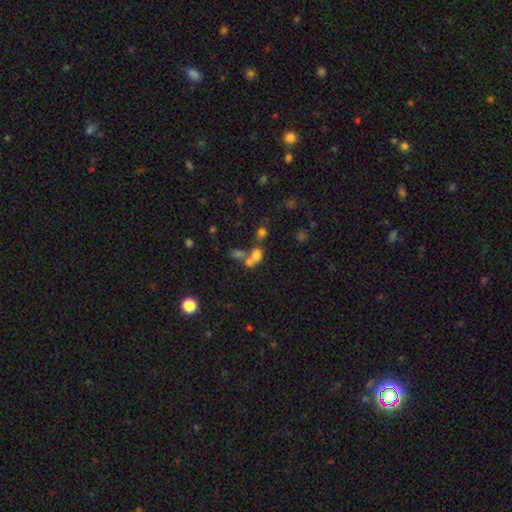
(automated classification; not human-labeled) smooth-or-featured: smooth: 63% | star or artifact: 19% | featured or disk: 18%
  how-rounded: in between: 50% | round: 48% | cigar-shaped: 2%
  merging: merger: 55% | none: 31% | minor disturbance: 8% | major disturbance: 7%